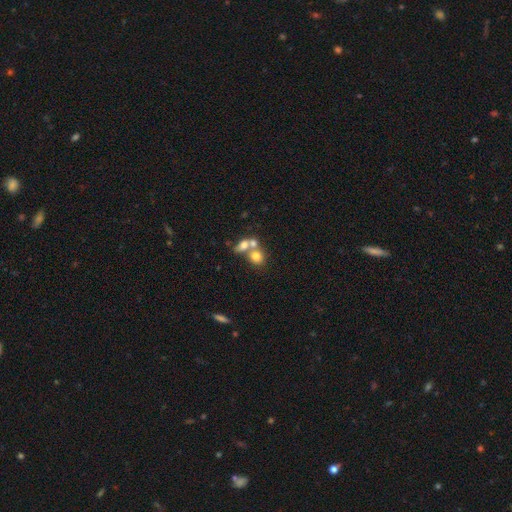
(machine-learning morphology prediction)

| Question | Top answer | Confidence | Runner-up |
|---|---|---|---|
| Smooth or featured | smooth | 66% | featured or disk (20%) |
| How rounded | round | 67% | in between (31%) |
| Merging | merger | 54% | none (35%) |